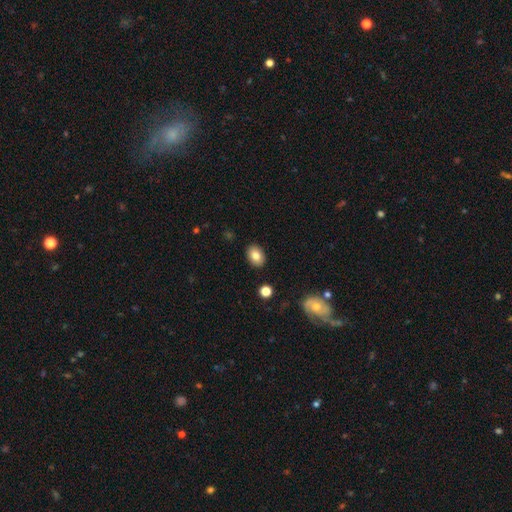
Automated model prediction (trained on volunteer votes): A smooth galaxy with no disk features (81%) that is in between round and cigar-shaped (75%).

Vote fractions:
- Smooth or featured? smooth: 81% / featured or disk: 10% / star or artifact: 9%
- How rounded? in between: 75% / round: 24% / cigar-shaped: 1%
- Merging? none: 88% / minor disturbance: 8% / major disturbance: 2% / merger: 2%